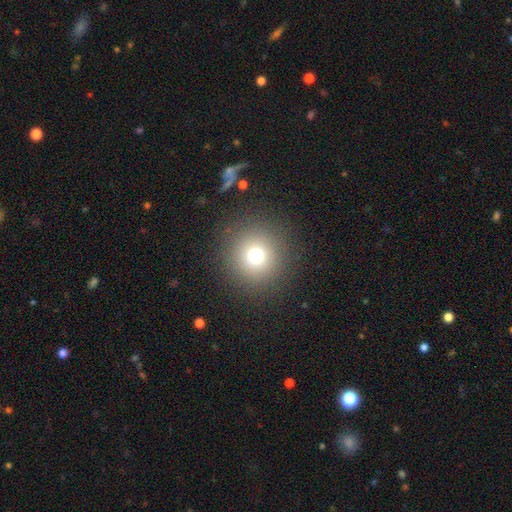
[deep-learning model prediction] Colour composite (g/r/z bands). It shows a smooth galaxy with no disk features (72%) that is round (95%). Merging: none (90%).